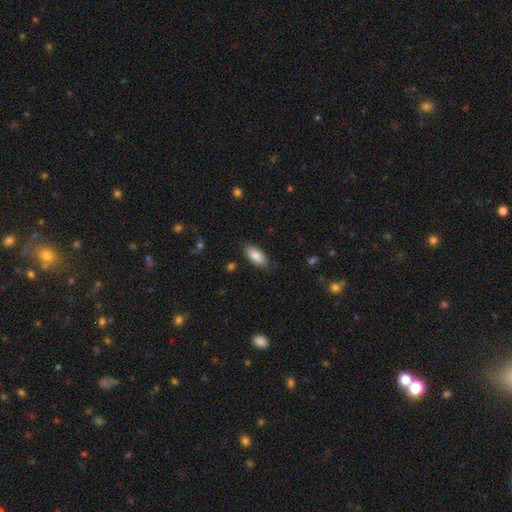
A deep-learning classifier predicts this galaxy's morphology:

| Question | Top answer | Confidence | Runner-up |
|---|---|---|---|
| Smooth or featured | smooth | 85% | featured or disk (8%) |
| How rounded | in between | 88% | cigar-shaped (10%) |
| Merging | none | 84% | minor disturbance (12%) |